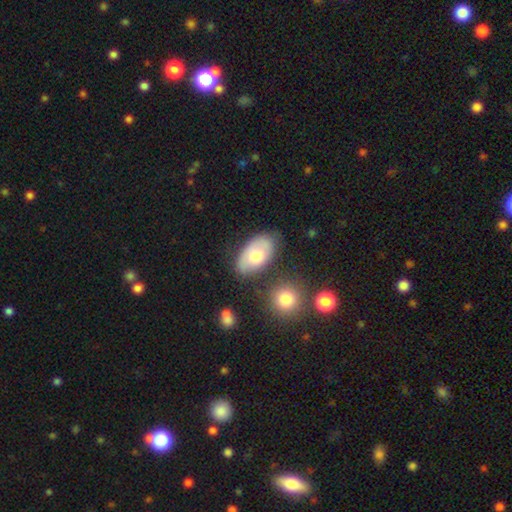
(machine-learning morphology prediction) Smooth or featured? Predicted: smooth (p=0.63). How rounded? Predicted: in between (p=0.93). Merging? Predicted: none (p=0.68).